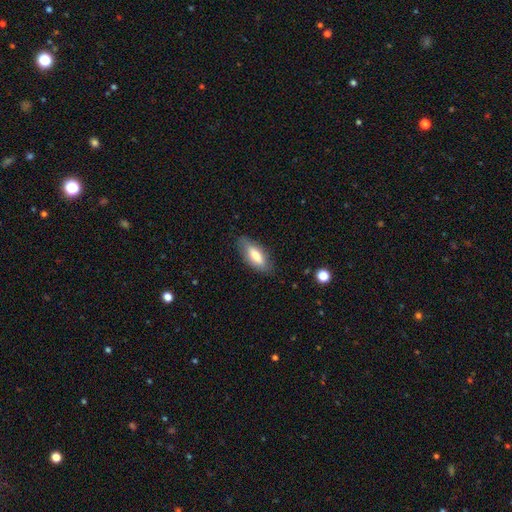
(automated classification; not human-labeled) The model was most divided on "how rounded": in between: 73%, cigar-shaped: 25%, round: 2%. More confident: merging — none (80%); smooth or featured — smooth (72%).